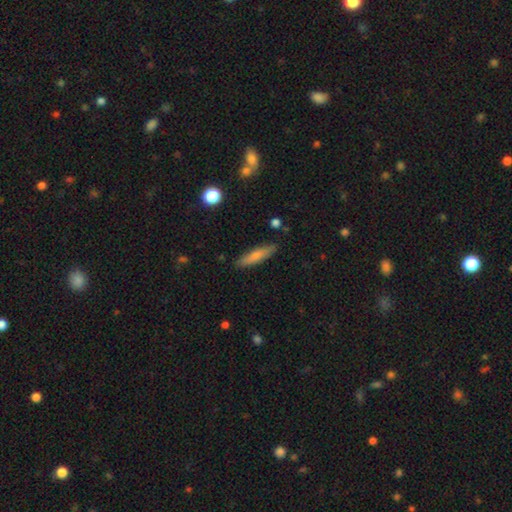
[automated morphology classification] Overall: smooth (74%). How rounded: cigar-shaped (81%). Merging: none (87%).